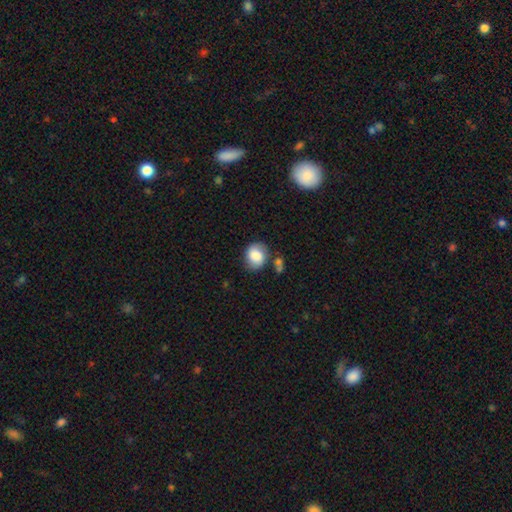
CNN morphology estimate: smooth_or_featured: smooth (p=0.76) [alt: featured or disk p=0.16]
how_rounded: round (p=0.62) [alt: in between p=0.37]
merging: none (p=0.68) [alt: minor disturbance p=0.19]